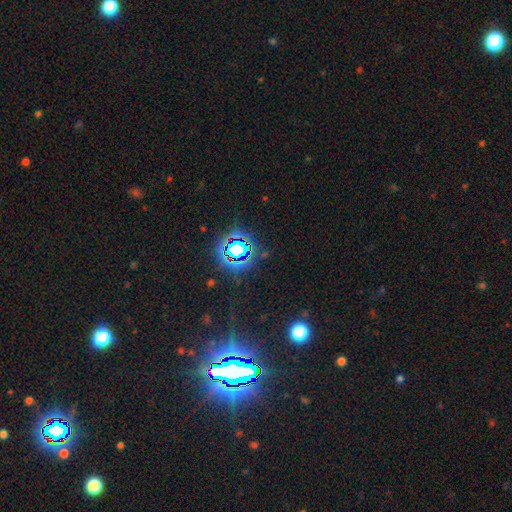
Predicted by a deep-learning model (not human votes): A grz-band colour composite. It shows a star or artifact, not a galaxy (84%).